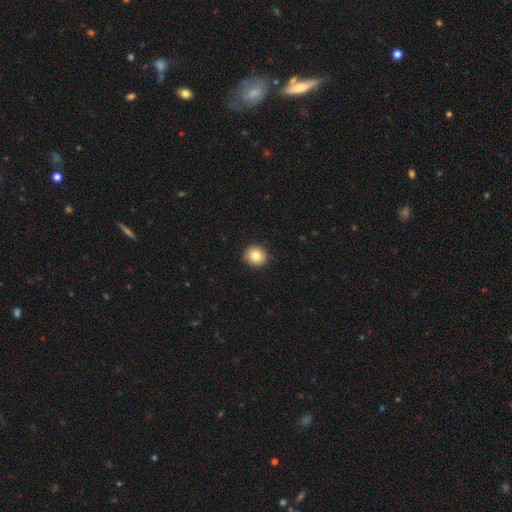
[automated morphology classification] Smooth or featured? Predicted: smooth (p=0.81). How rounded? Predicted: round (p=0.90). Merging? Predicted: none (p=0.89).